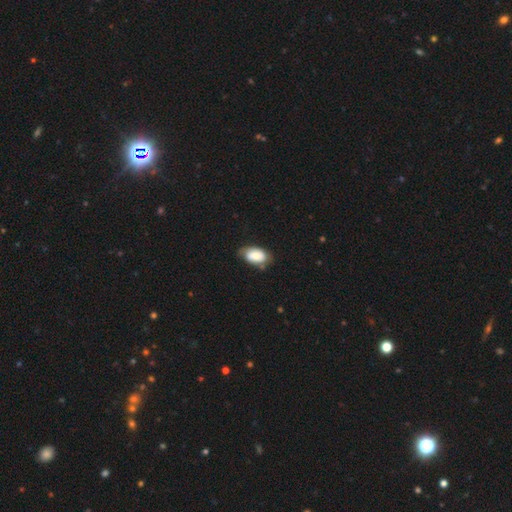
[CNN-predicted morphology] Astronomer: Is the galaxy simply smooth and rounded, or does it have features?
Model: smooth — 71%.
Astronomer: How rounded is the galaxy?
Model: in between — 93%.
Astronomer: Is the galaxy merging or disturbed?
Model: none — 61%.